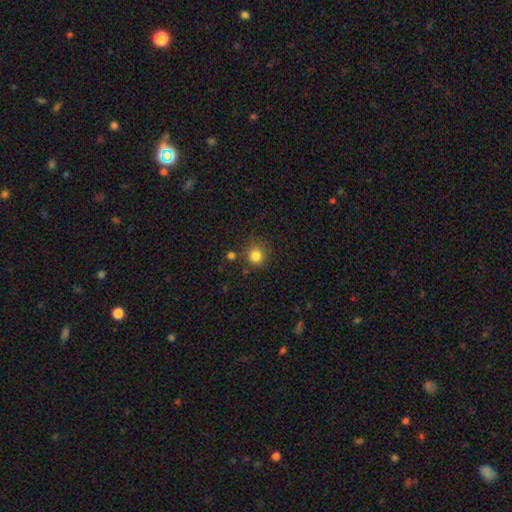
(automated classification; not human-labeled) This is clearly a smooth galaxy (83%). How rounded: clearly round (92%). Merging: likely none (79%).